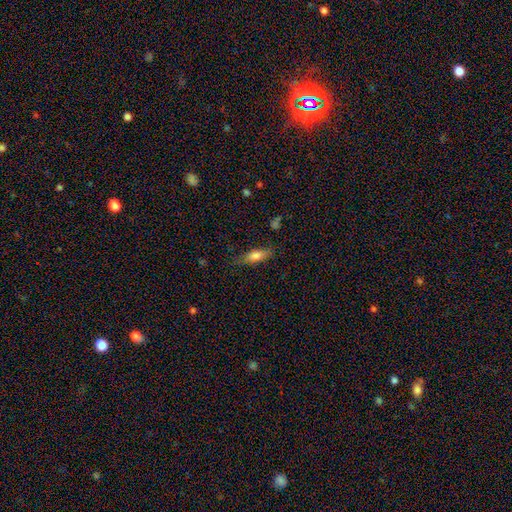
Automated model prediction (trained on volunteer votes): Smooth or featured? Predicted: smooth (p=0.75). How rounded? Predicted: in between (p=0.65). Merging? Predicted: none (p=0.75).